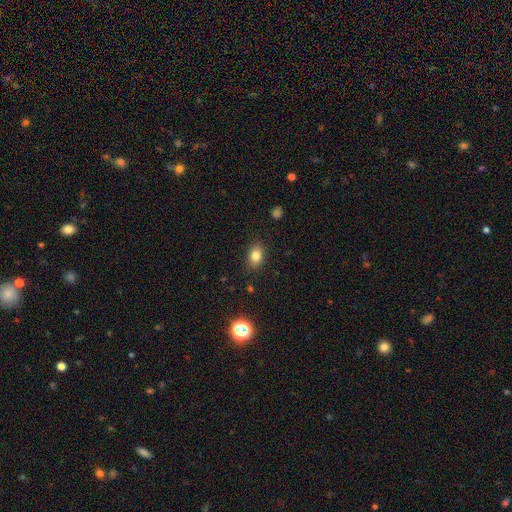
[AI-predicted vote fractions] This appears to be a smooth galaxy with no disk features (81%) that is in between round and cigar-shaped (76%). Merging: none (86%).